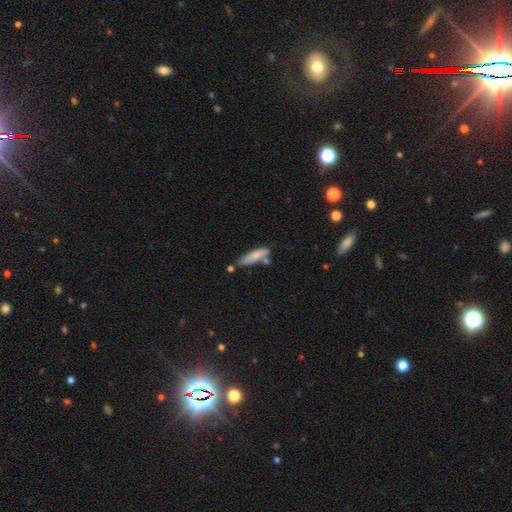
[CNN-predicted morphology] A smooth galaxy with no disk features (77%) that is cigar-shaped (68%).

Vote fractions:
- Smooth or featured? smooth: 77% / featured or disk: 17% / star or artifact: 6%
- How rounded? cigar-shaped: 68% / in between: 31% / round: 2%
- Merging? none: 61% / minor disturbance: 20% / merger: 14% / major disturbance: 4%